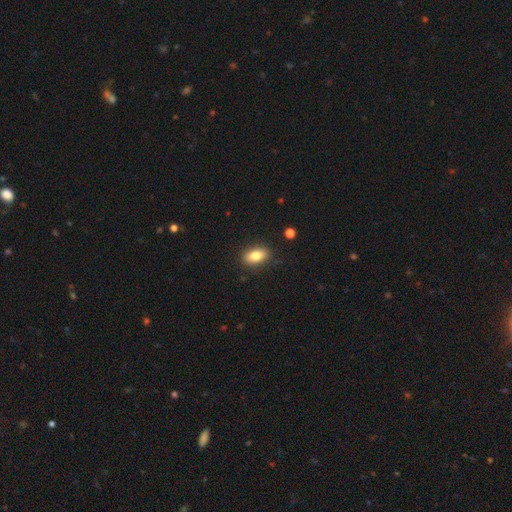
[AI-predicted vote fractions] The model was most divided on "smooth or featured": smooth: 81%, featured or disk: 11%, star or artifact: 8%. More confident: merging — none (87%); how rounded — in between (86%).